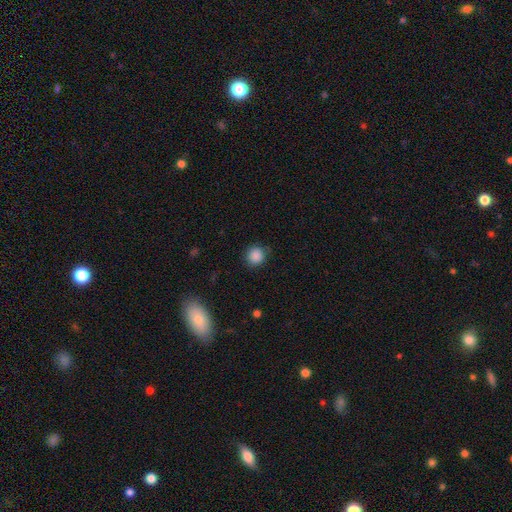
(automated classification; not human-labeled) A smooth galaxy with no disk features (87%) that is round (89%). Merging: none (84%).